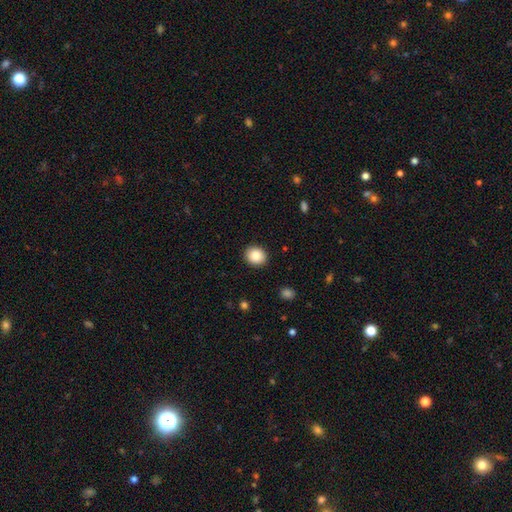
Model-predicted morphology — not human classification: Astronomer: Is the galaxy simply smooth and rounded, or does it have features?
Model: smooth — 88%.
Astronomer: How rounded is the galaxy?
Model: round — 75%.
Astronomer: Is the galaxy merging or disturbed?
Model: none — 91%.